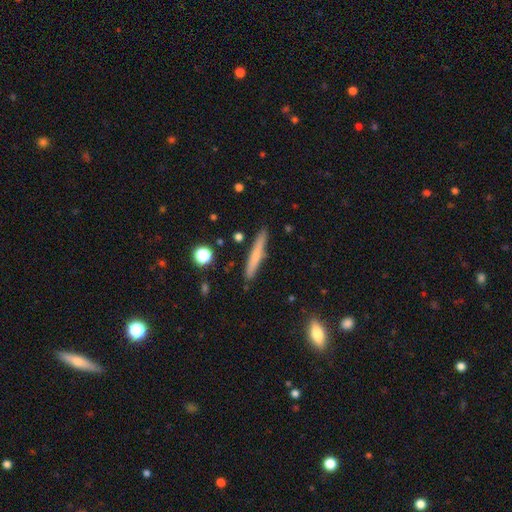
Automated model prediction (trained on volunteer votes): This is possibly a smooth galaxy (60%). How rounded: clearly cigar-shaped (94%). Merging: clearly none (88%).